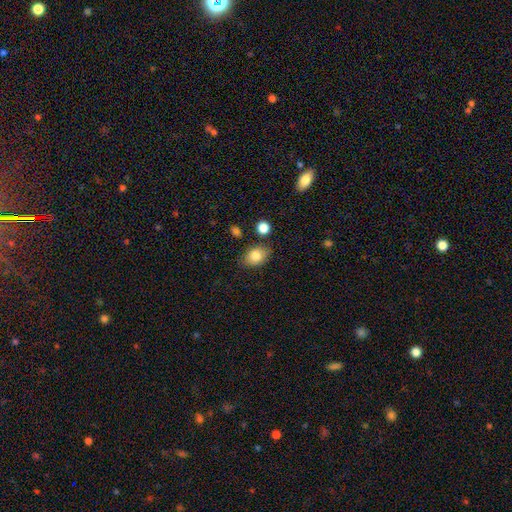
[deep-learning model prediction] smooth 82%, featured or disk 9%, star or artifact 8%. Down the decision tree: how rounded — in between (75%); merging — none (78%).